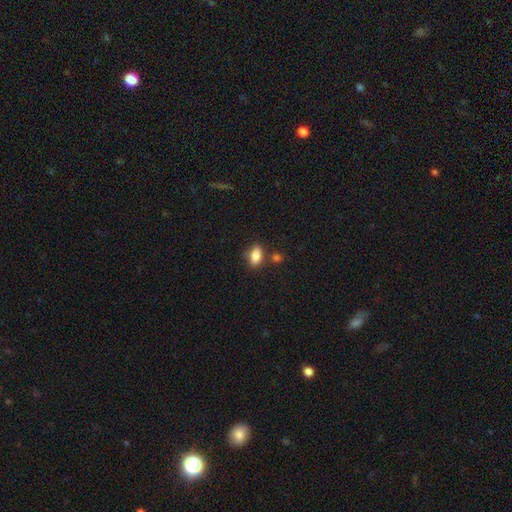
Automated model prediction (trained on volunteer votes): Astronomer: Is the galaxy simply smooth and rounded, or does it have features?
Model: smooth — 83%.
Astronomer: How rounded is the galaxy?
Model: in between — 85%.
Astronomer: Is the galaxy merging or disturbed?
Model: none — 74%.